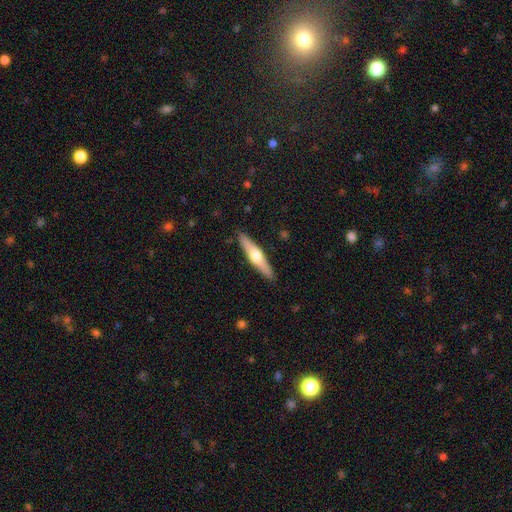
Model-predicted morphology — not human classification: This is possibly a featured or disk galaxy (55%). It is clearly viewed edge-on (95%). Edge-on bulge: clearly rounded (93%). Merging: clearly none (90%).